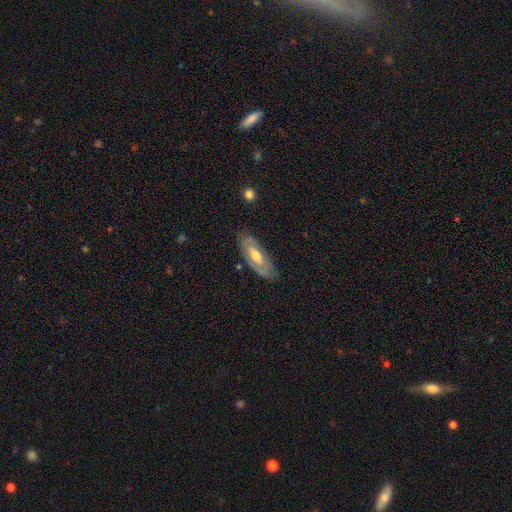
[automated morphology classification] Smooth or featured? featured or disk (57%)
Edge-on disk? no (78%)
Merging? none (77%)